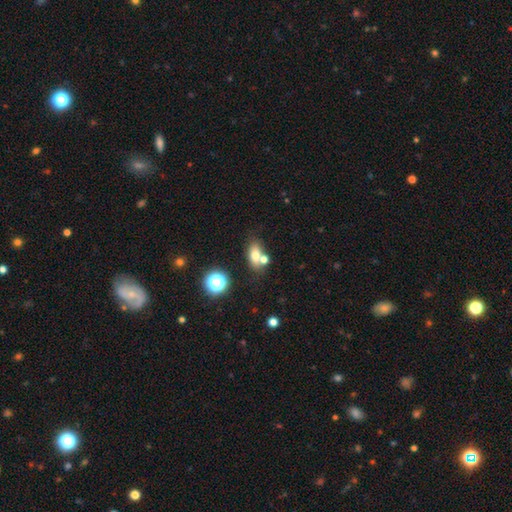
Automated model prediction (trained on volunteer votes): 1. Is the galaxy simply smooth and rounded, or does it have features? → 72% smooth, 15% featured or disk, 13% star or artifact.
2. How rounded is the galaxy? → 75% in between, 20% round, 5% cigar-shaped.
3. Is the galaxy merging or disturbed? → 55% none, 29% merger, 12% minor disturbance, 4% major disturbance.